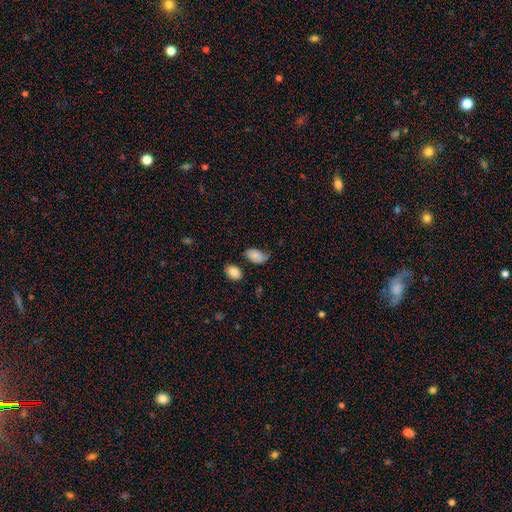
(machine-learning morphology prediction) type=smooth (81%); roundness=in between (91%); merging=none (53%).